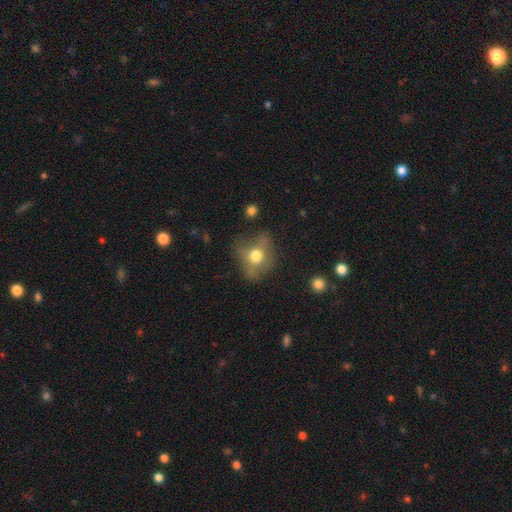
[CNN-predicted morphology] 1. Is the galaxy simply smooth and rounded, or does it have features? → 54% smooth, 34% featured or disk, 12% star or artifact.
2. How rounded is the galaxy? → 50% round, 47% in between, 3% cigar-shaped.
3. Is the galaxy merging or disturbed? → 58% none, 23% minor disturbance, 16% major disturbance, 3% merger.